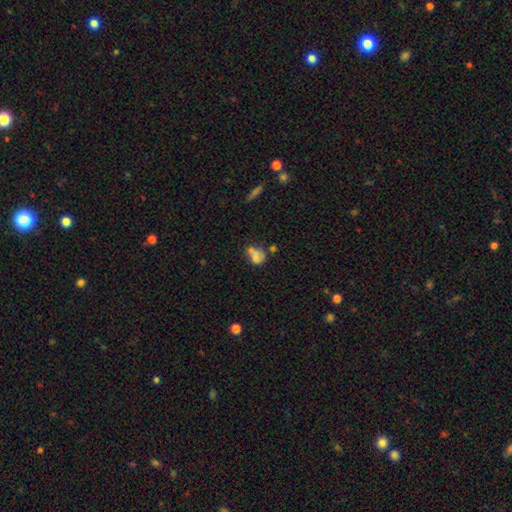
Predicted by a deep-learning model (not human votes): A smooth galaxy with no disk features (62%) that is in between round and cigar-shaped (59%).

Vote fractions:
- Smooth or featured? smooth: 62% / featured or disk: 26% / star or artifact: 13%
- How rounded? in between: 59% / round: 39% / cigar-shaped: 2%
- Merging? merger: 41% / none: 28% / minor disturbance: 17% / major disturbance: 14%